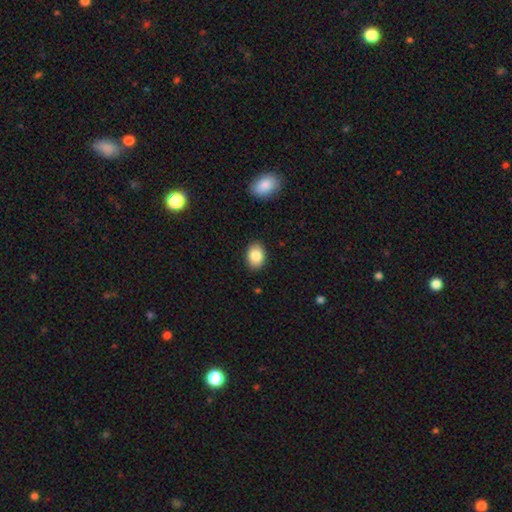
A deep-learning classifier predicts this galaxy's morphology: Smooth or featured? smooth (86%)
How rounded? in between (74%)
Merging? none (89%)